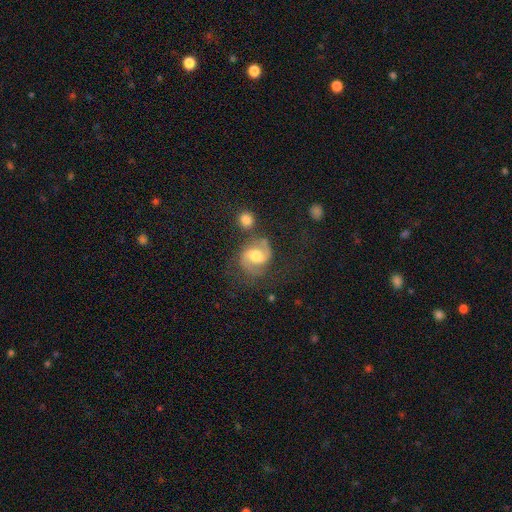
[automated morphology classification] Smooth or featured? Predicted: featured or disk (p=0.78). Edge-on disk? Predicted: no (p=0.98). Bar? Predicted: weak (p=0.46). Spiral arms? Predicted: yes (p=0.95). Spiral winding? Predicted: medium (p=0.58). Spiral arm count? Predicted: 2 (p=0.91). Bulge size? Predicted: moderate (p=0.68). Merging? Predicted: none (p=0.64).